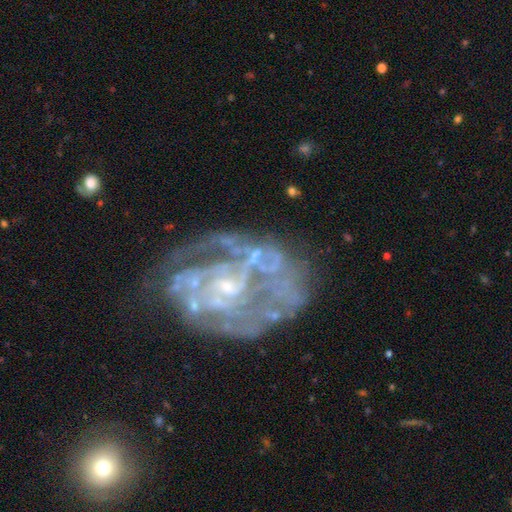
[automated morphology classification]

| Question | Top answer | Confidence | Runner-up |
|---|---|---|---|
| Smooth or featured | featured or disk | 87% | star or artifact (8%) |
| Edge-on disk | no | 98% | yes (2%) |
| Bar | no | 51% | weak (37%) |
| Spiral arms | yes | 90% | no (10%) |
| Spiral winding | tight | 47% | medium (40%) |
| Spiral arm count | can't tell | 28% | 2 (23%) |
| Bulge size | small | 71% | moderate (17%) |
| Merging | none | 45% | major disturbance (27%) |